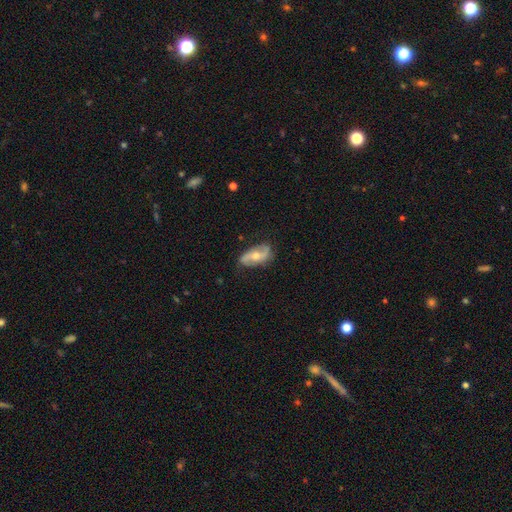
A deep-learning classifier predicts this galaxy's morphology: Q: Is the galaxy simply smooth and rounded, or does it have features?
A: featured or disk — 68%.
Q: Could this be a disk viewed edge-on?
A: no — 92%.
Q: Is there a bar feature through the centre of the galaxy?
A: no — 54%.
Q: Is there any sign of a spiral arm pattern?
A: yes — 84%.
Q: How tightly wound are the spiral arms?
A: loose — 61%.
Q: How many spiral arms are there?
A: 2 — 89%.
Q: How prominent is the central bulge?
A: moderate — 68%.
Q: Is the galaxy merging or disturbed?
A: none — 75%.